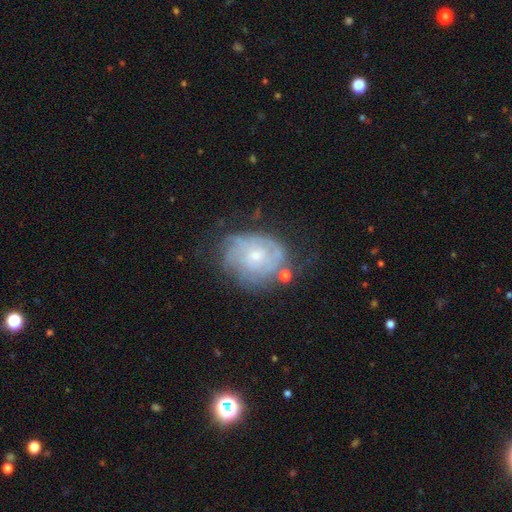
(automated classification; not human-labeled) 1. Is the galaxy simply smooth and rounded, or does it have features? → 75% featured or disk, 18% smooth, 8% star or artifact.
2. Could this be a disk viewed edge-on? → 97% no, 3% yes.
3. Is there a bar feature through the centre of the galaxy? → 80% no, 17% weak, 3% strong.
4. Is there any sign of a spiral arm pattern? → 84% yes, 16% no.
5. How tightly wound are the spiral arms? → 69% tight, 23% medium, 8% loose.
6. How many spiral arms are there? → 55% can't tell, 13% 2, 12% 3, 10% 4, 6% more than 4, 5% 1.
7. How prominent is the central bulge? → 70% small, 26% moderate, 2% none, 2% large, 1% dominant.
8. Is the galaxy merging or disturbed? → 58% none, 24% minor disturbance, 13% major disturbance, 4% merger.